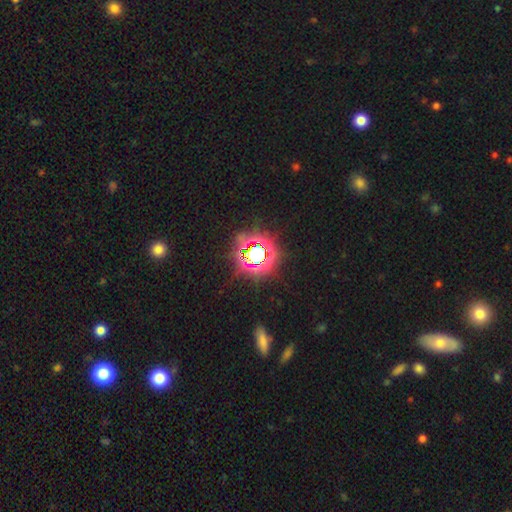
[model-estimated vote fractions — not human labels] This appears to be a star or artifact, not a galaxy (76%).